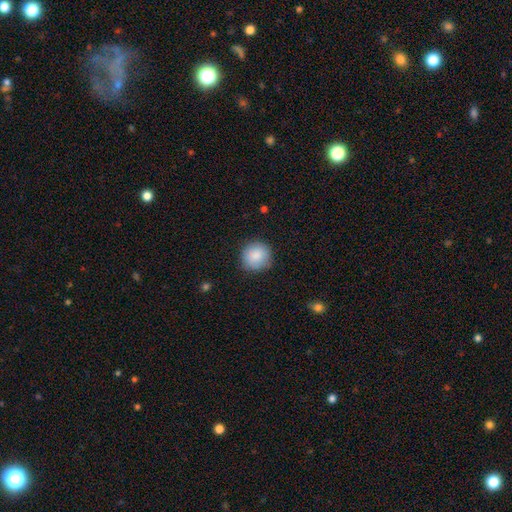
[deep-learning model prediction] Overall: smooth (88%). How rounded: round (93%). Merging: none (86%).